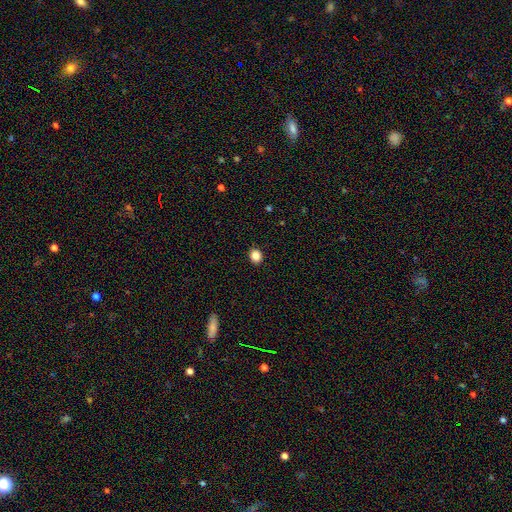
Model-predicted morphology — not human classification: Overall: smooth (85%). How rounded: round (73%). Merging: none (92%).